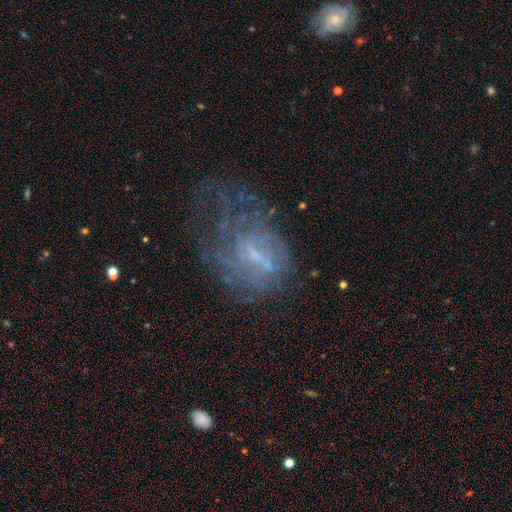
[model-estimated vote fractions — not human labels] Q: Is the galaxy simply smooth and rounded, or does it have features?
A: featured or disk — 66%.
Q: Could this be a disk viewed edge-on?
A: no — 96%.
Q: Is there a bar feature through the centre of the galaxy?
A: weak — 47%.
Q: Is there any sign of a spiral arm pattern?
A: yes — 51%.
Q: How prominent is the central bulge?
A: small — 53%.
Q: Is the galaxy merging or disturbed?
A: major disturbance — 39%.